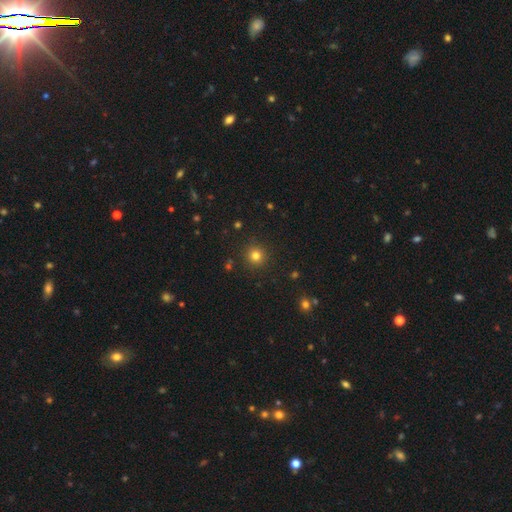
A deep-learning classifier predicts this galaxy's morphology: The model was most divided on "smooth or featured": smooth: 80%, star or artifact: 14%, featured or disk: 6%. More confident: how rounded — round (94%); merging — none (91%).